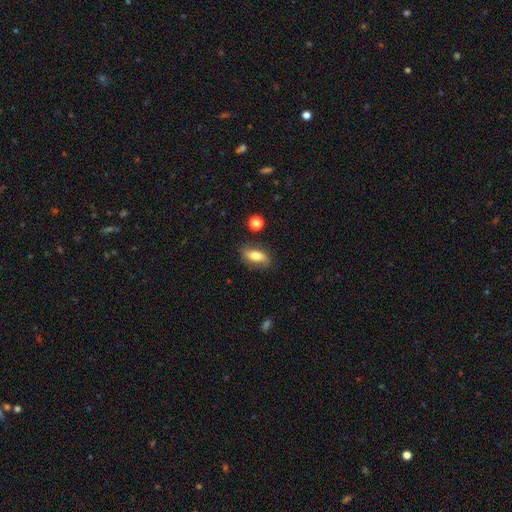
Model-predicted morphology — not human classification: A smooth galaxy with no disk features (70%) that is in between round and cigar-shaped (78%). Merging: none (79%).